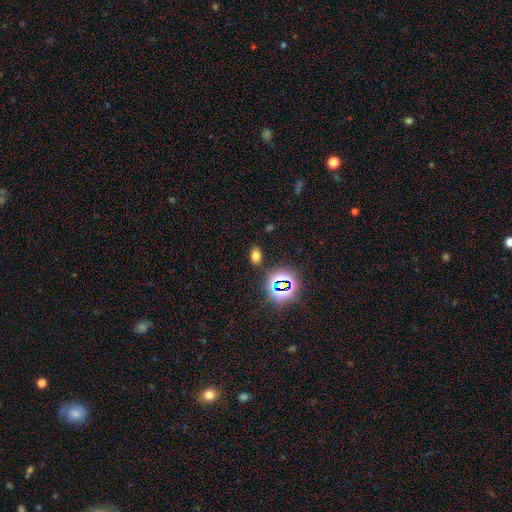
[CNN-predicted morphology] This is likely a smooth galaxy (66%). How rounded: likely in between (79%). Merging: clearly none (84%).